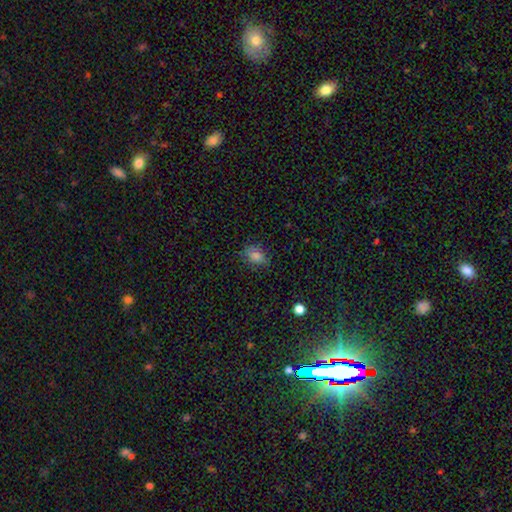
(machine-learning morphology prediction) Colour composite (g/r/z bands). It shows a smooth galaxy with no disk features (78%) that is in between round and cigar-shaped (74%). Merging: none (74%).